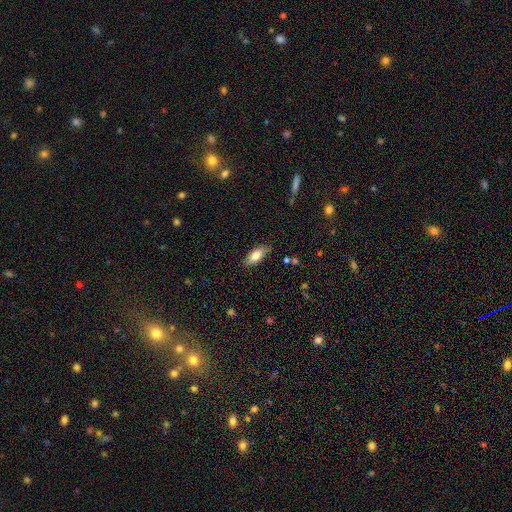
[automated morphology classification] This is likely a smooth galaxy (77%). How rounded: clearly in between (82%). Merging: clearly none (83%).